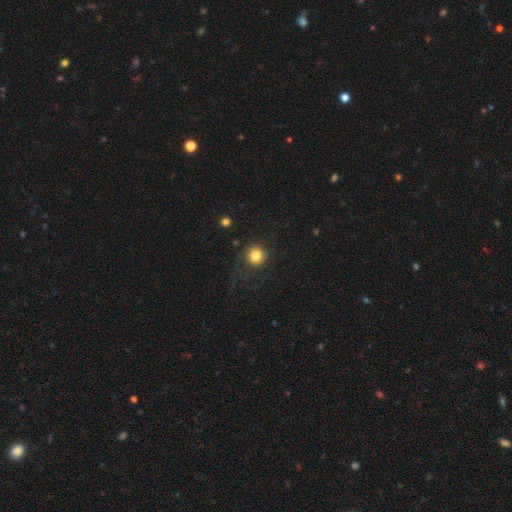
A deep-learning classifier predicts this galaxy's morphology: This is clearly a smooth galaxy (83%). How rounded: clearly round (92%). Merging: likely none (76%).